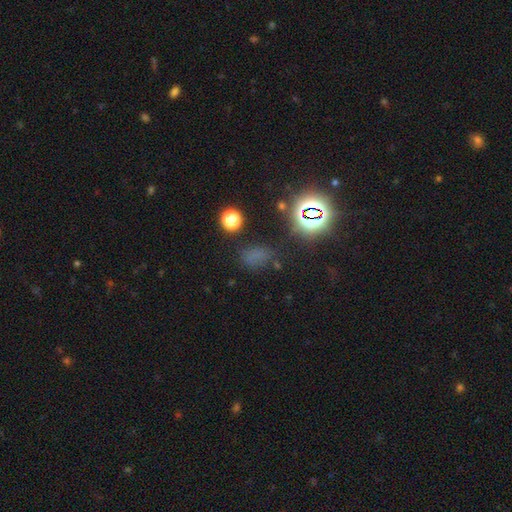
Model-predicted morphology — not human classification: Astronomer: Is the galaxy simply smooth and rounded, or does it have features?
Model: smooth — 49% (runner-up: star or artifact, 43%).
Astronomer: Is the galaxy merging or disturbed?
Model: none — 69%.